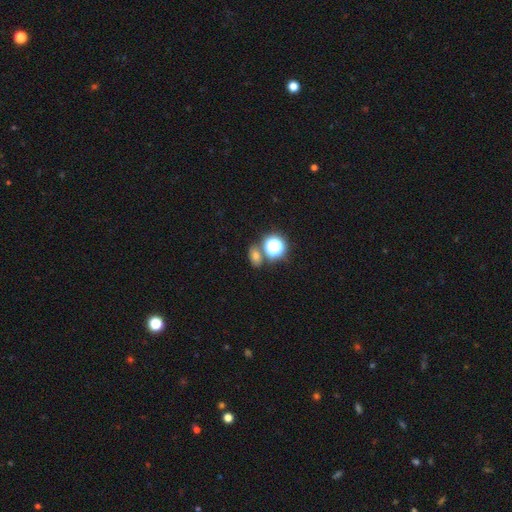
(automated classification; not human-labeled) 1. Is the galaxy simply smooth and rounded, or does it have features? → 64% smooth, 25% star or artifact, 11% featured or disk.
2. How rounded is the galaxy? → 67% in between, 31% round, 2% cigar-shaped.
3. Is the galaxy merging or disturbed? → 72% none, 14% merger, 11% minor disturbance, 4% major disturbance.